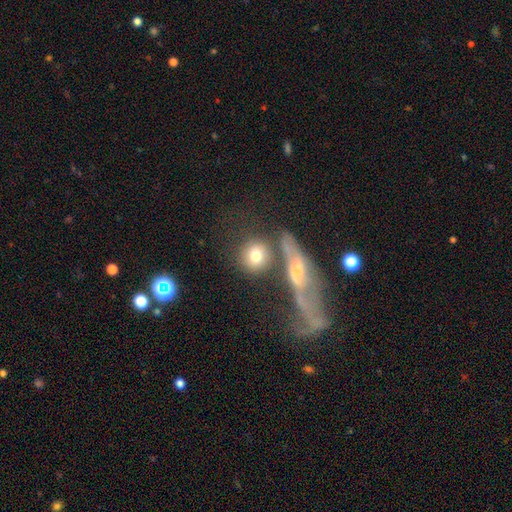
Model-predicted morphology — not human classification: This is likely a smooth galaxy (73%). How rounded: clearly round (84%). Merging: possibly none (59%).